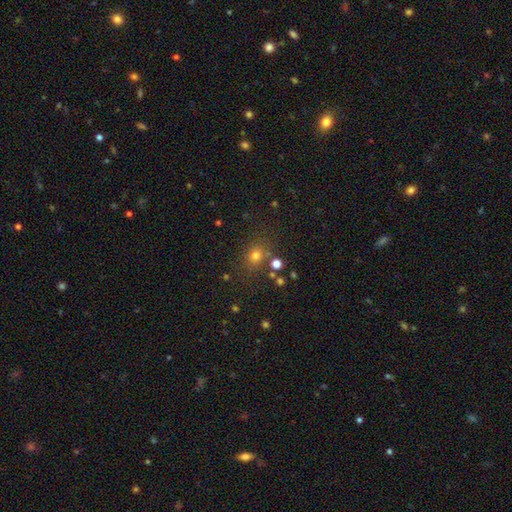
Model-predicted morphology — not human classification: A smooth galaxy with no disk features (68%) that is round (66%). Merging: none (76%).